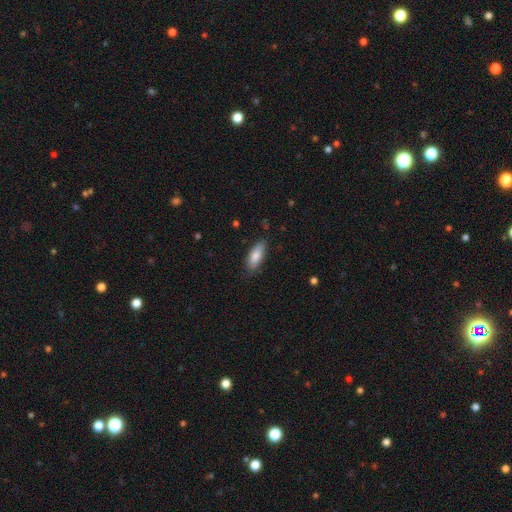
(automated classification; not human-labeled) Smooth or featured: smooth — 83% (featured or disk — 11%)
How rounded: in between — 73% (cigar-shaped — 25%)
Merging: none — 78% (minor disturbance — 17%)